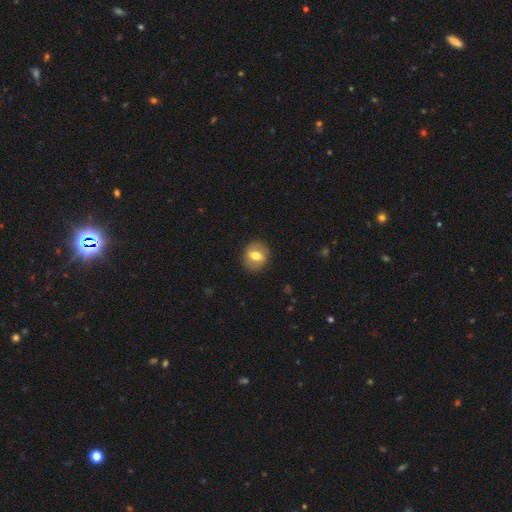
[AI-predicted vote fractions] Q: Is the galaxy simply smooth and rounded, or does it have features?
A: smooth — 63%.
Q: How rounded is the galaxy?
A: round — 69%.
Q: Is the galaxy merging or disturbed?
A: none — 88%.